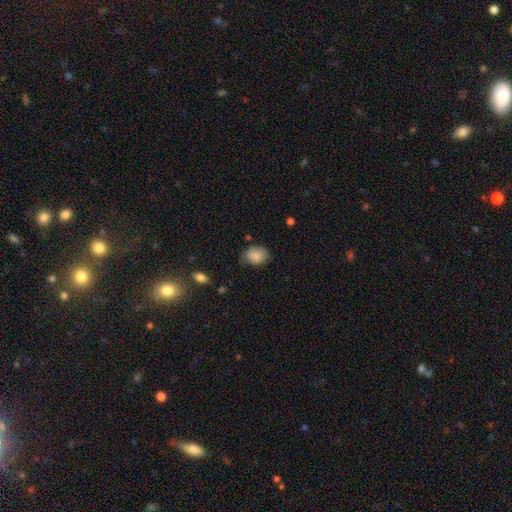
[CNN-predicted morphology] Q: Smooth or featured?
A: smooth (84%); runner-up: star or artifact (8%)
Q: How rounded?
A: in between (55%); runner-up: round (44%)
Q: Merging?
A: none (65%); runner-up: minor disturbance (28%)